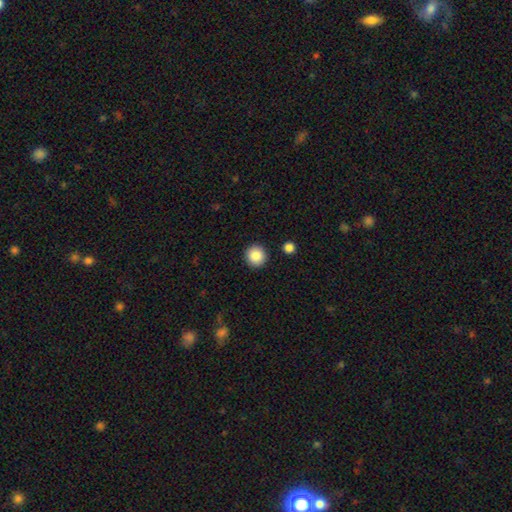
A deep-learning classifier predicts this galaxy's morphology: Smooth or featured? Predicted: smooth (p=0.87). How rounded? Predicted: round (p=0.94). Merging? Predicted: none (p=0.93).